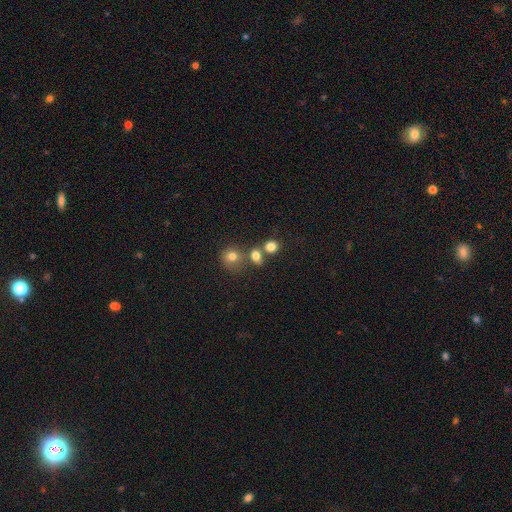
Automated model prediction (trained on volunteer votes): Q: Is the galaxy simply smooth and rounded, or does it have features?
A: smooth — 76%.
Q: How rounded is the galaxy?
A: round — 68%.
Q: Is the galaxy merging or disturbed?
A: none — 53%.